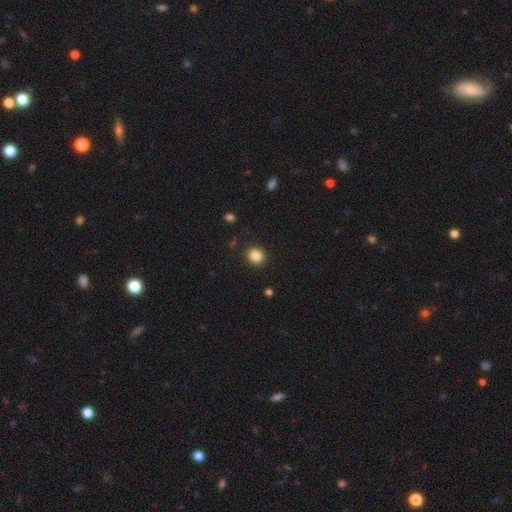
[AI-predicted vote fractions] A smooth galaxy with no disk features (85%) that is round (85%).

Vote fractions:
- Smooth or featured? smooth: 85% / star or artifact: 11% / featured or disk: 4%
- How rounded? round: 85% / in between: 14% / cigar-shaped: 1%
- Merging? none: 91% / minor disturbance: 6% / major disturbance: 2% / merger: 1%